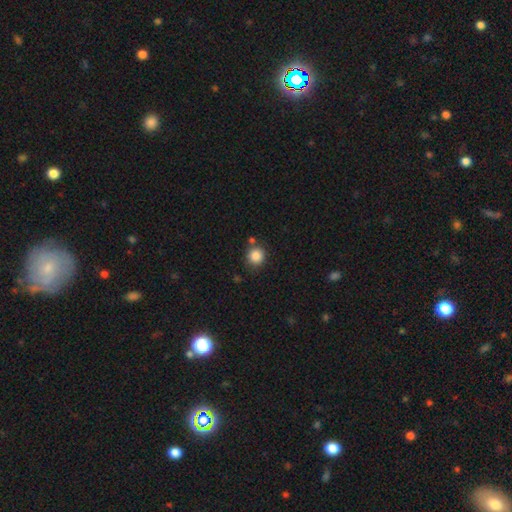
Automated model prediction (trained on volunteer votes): This appears to be a smooth galaxy with no disk features (86%) that is round (91%). Merging: none (77%).